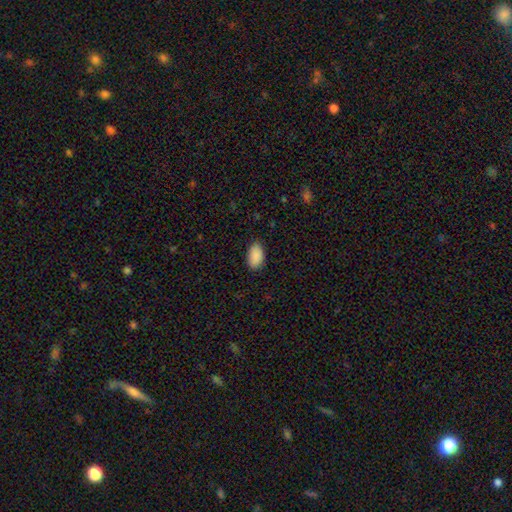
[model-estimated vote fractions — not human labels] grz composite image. It shows a smooth galaxy with no disk features (90%) that is in between round and cigar-shaped (94%). Merging: none (86%).